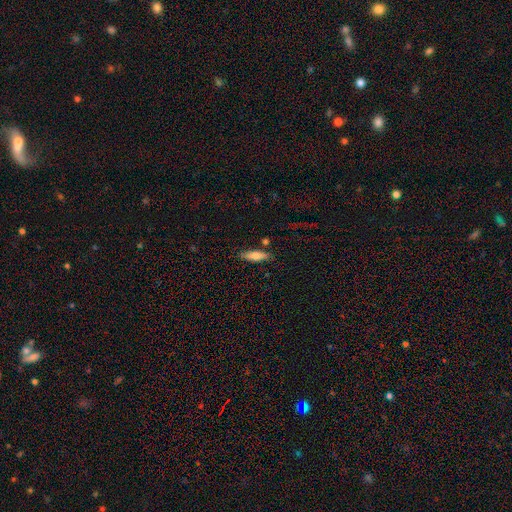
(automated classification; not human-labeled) Q: Smooth or featured?
A: smooth (72%); runner-up: featured or disk (21%)
Q: How rounded?
A: cigar-shaped (54%); runner-up: in between (44%)
Q: Merging?
A: none (81%); runner-up: minor disturbance (12%)